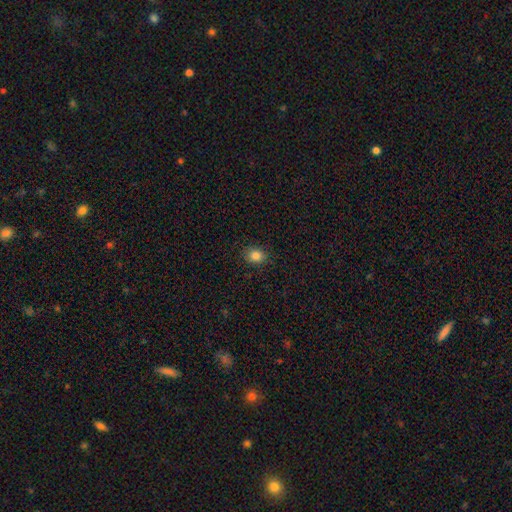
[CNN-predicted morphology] The model was most divided on "how rounded": round: 54%, in between: 45%, cigar-shaped: 1%. More confident: merging — none (89%); smooth or featured — smooth (84%).